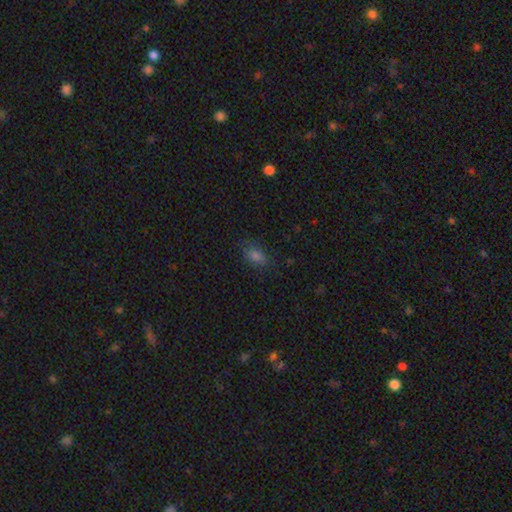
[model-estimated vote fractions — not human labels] A smooth galaxy with no disk features (77%) that is in between round and cigar-shaped (82%).

Vote fractions:
- Smooth or featured? smooth: 77% / star or artifact: 16% / featured or disk: 7%
- How rounded? in between: 82% / round: 15% / cigar-shaped: 3%
- Merging? none: 77% / minor disturbance: 17% / major disturbance: 4% / merger: 1%